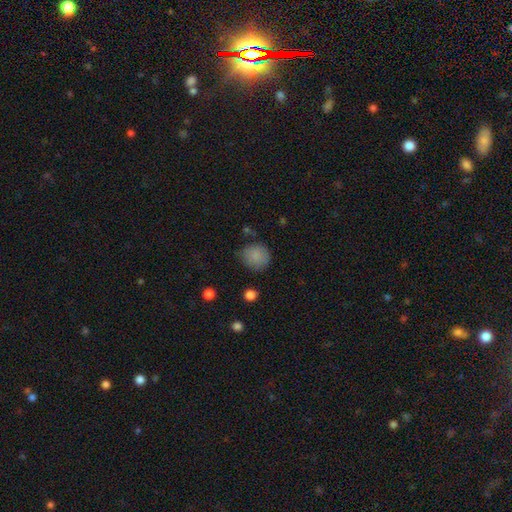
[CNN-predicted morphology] smooth 85%, star or artifact 9%, featured or disk 6%. Down the decision tree: how rounded — round (85%); merging — none (71%).